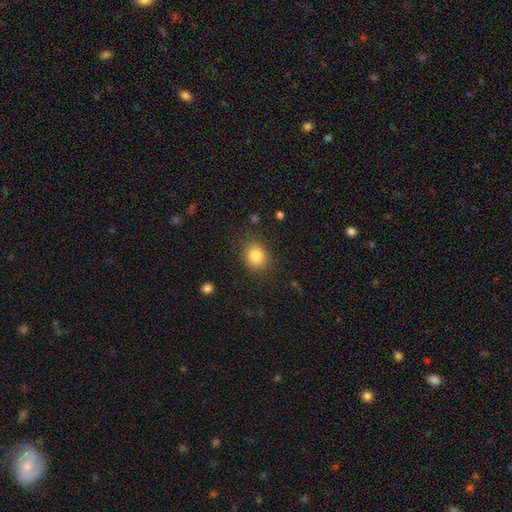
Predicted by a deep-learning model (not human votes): Smooth or featured?
  - smooth: 84% *
  - star or artifact: 10%
  - featured or disk: 6%
How rounded?
  - round: 60% *
  - in between: 39%
  - cigar-shaped: 1%
Merging?
  - none: 84% *
  - minor disturbance: 11%
  - major disturbance: 4%
  - merger: 1%